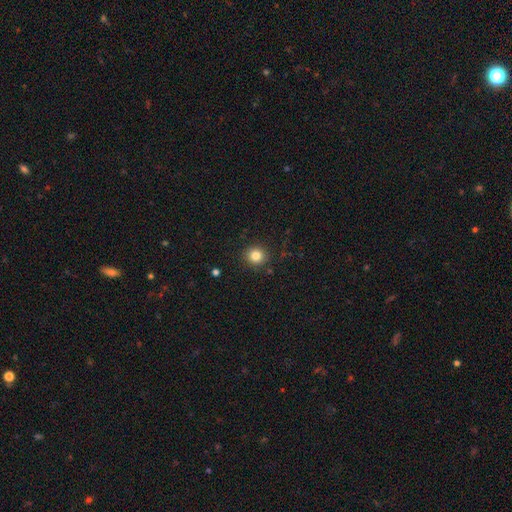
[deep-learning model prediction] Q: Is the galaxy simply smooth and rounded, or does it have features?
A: smooth — 82%.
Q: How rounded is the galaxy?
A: round — 88%.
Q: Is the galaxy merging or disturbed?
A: none — 89%.